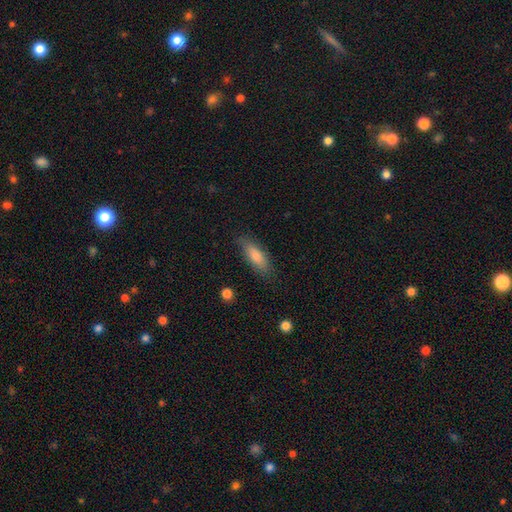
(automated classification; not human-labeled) smooth_or_featured: smooth (p=0.77) [alt: featured or disk p=0.17]
how_rounded: in between (p=0.55) [alt: cigar-shaped p=0.43]
merging: none (p=0.82) [alt: minor disturbance p=0.14]